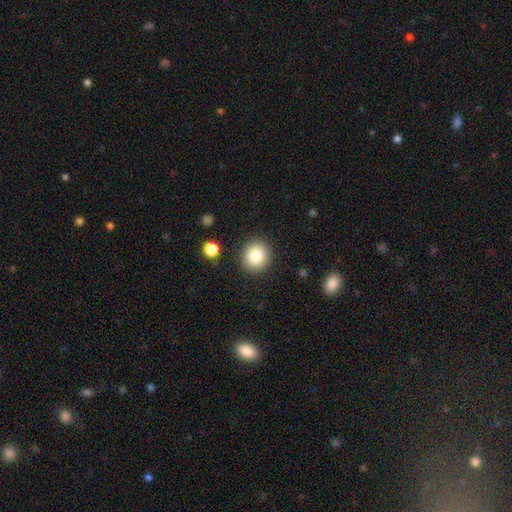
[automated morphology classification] This is clearly a smooth galaxy (83%). How rounded: clearly round (85%). Merging: clearly none (89%).